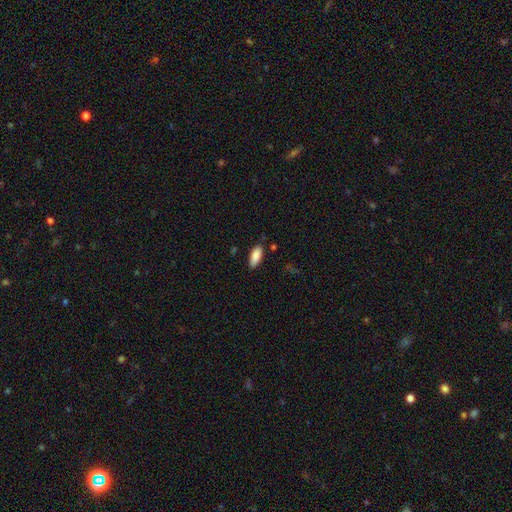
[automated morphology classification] smooth-or-featured: smooth: 88% | star or artifact: 6% | featured or disk: 5%
  how-rounded: in between: 81% | cigar-shaped: 18% | round: 2%
  merging: none: 81% | minor disturbance: 14% | major disturbance: 3% | merger: 2%